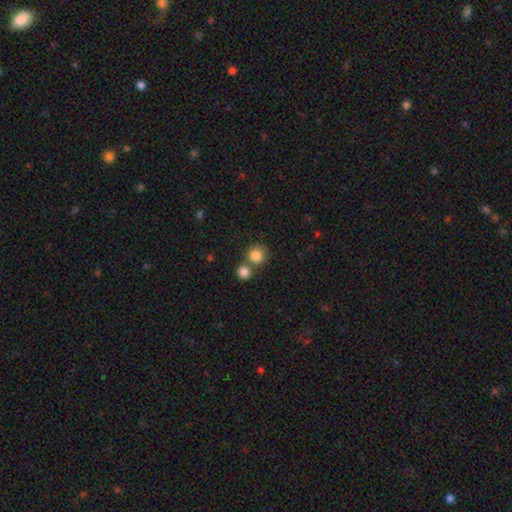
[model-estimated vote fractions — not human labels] The model was most divided on "merging": none: 59%, merger: 31%, minor disturbance: 8%, major disturbance: 3%. More confident: how rounded — round (89%); smooth or featured — smooth (85%).